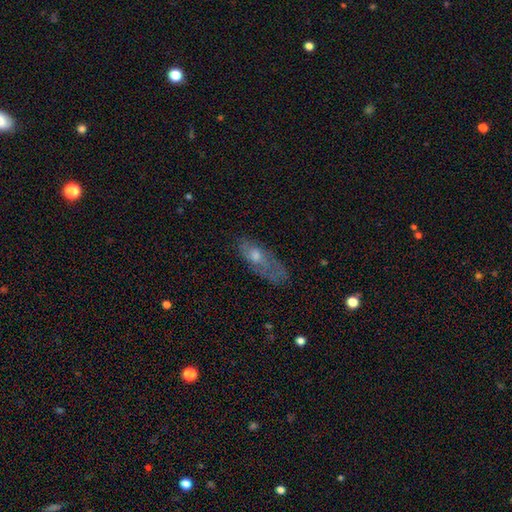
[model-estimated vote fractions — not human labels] Smooth or featured? Predicted: featured or disk (p=0.47). Merging? Predicted: none (p=0.49).